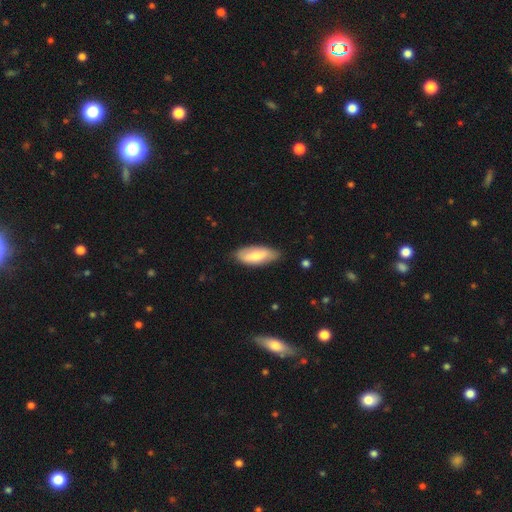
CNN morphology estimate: A smooth galaxy with no disk features (66%) that is in between round and cigar-shaped (81%). Merging: none (74%).